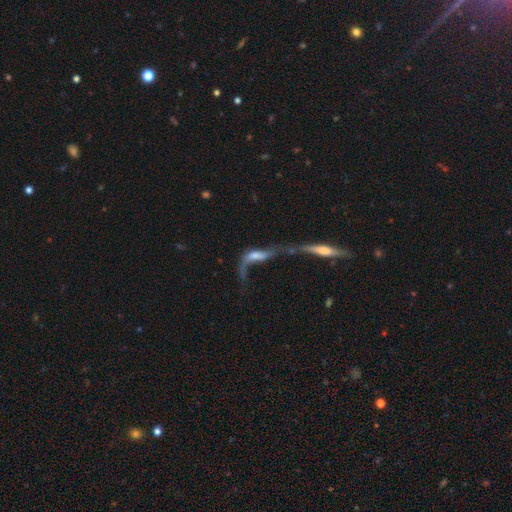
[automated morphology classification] Smooth or featured? featured or disk (59%)
Edge-on disk? no (77%)
Merging? merger (62%)